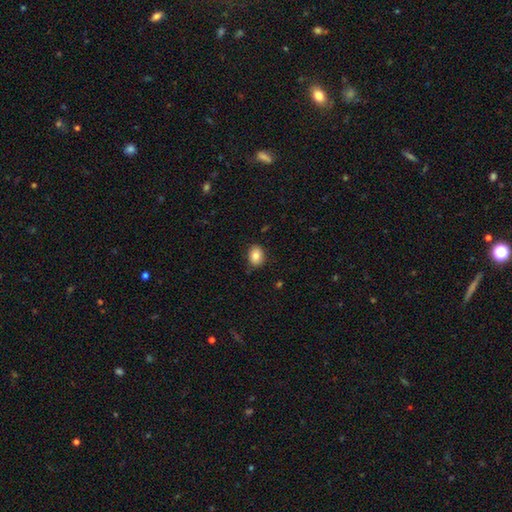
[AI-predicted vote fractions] Morphology: type=smooth (84%); roundness=in between (68%); merging=none (84%).